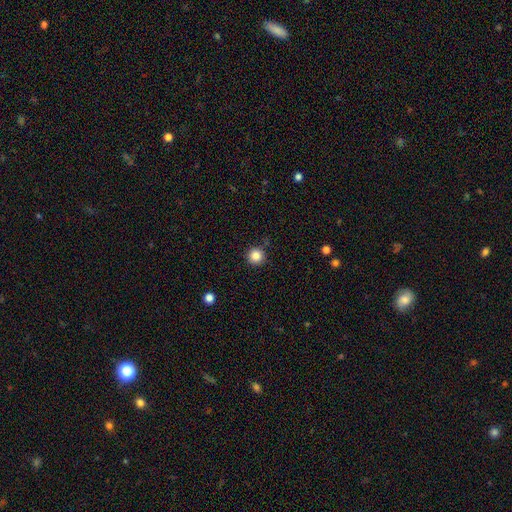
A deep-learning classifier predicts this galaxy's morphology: Smooth or featured? smooth (85%)
How rounded? round (96%)
Merging? none (88%)